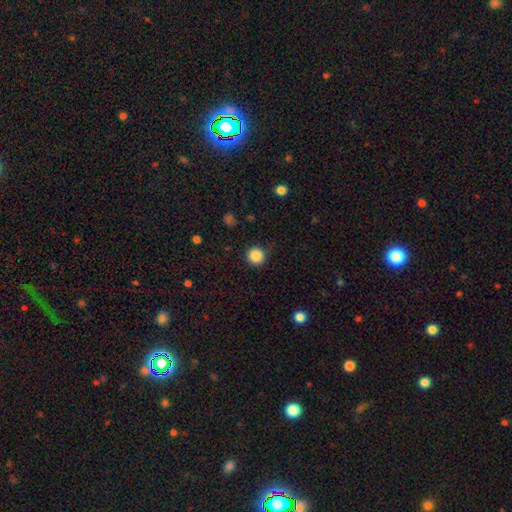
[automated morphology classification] Overall: smooth (87%). How rounded: round (94%). Merging: none (88%).